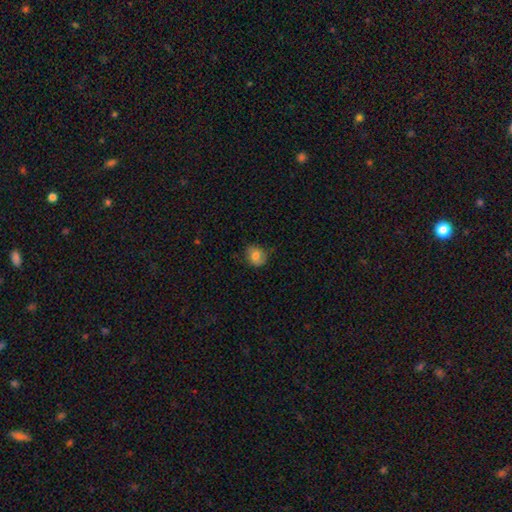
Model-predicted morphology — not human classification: smooth 75%, featured or disk 17%, star or artifact 9%. Down the decision tree: how rounded — round (68%); merging — none (70%).